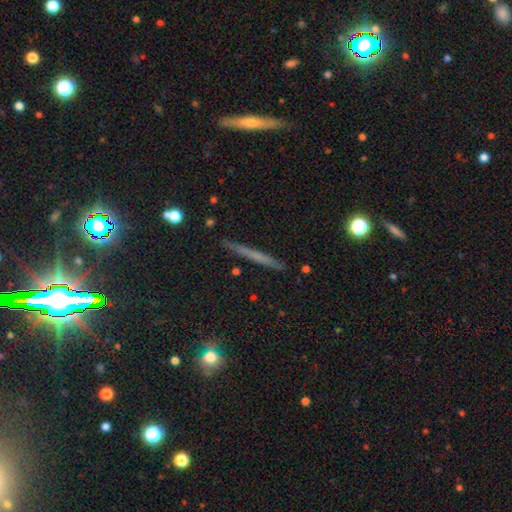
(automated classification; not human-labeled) featured or disk 47%, smooth 44%, star or artifact 9%. Down the decision tree: merging — none (90%).